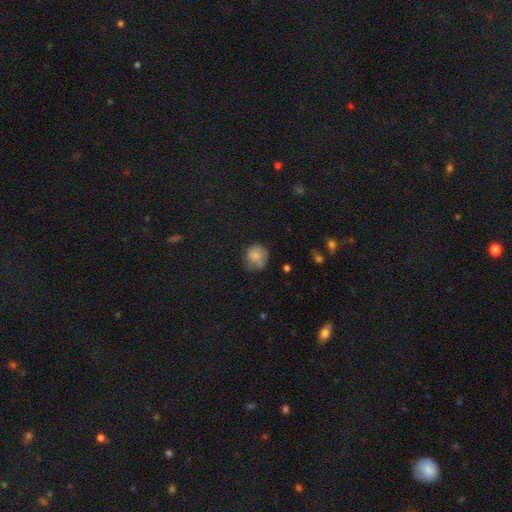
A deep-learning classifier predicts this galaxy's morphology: smooth-or-featured: smooth: 77% | featured or disk: 13% | star or artifact: 10%
  how-rounded: round: 81% | in between: 18% | cigar-shaped: 1%
  merging: none: 52% | minor disturbance: 31% | major disturbance: 11% | merger: 6%